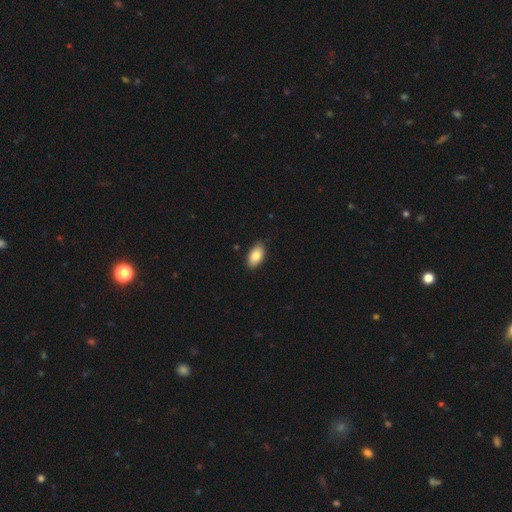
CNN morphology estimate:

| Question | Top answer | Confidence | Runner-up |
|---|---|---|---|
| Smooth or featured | smooth | 84% | featured or disk (9%) |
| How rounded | in between | 94% | round (4%) |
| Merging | none | 85% | minor disturbance (12%) |